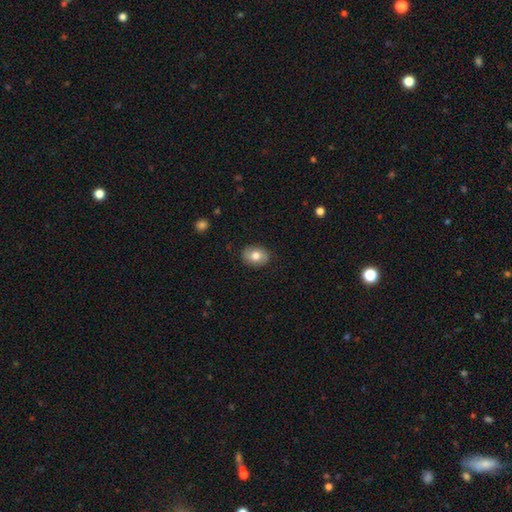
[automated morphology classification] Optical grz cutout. It shows a smooth galaxy with no disk features (77%) that is in between round and cigar-shaped (67%). Merging: none (86%).